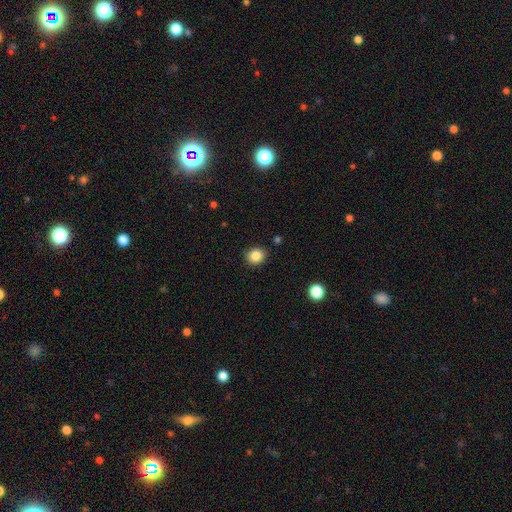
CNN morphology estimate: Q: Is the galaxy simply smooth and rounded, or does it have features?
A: smooth — 85%.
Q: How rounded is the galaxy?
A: round — 77%.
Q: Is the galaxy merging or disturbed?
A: none — 88%.